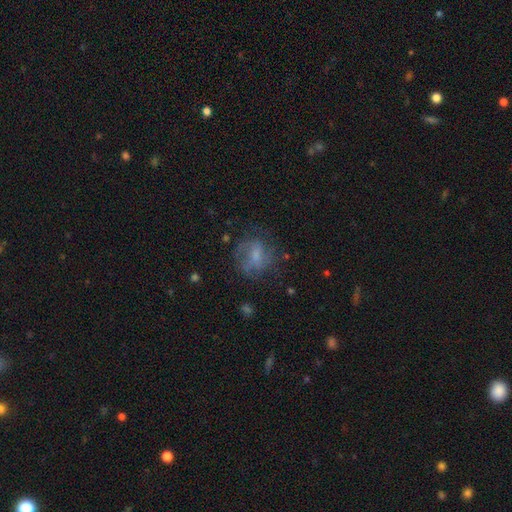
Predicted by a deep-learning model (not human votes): The model was most divided on "smooth or featured": featured or disk: 47%, smooth: 41%, star or artifact: 12%. More confident: merging — none (58%).